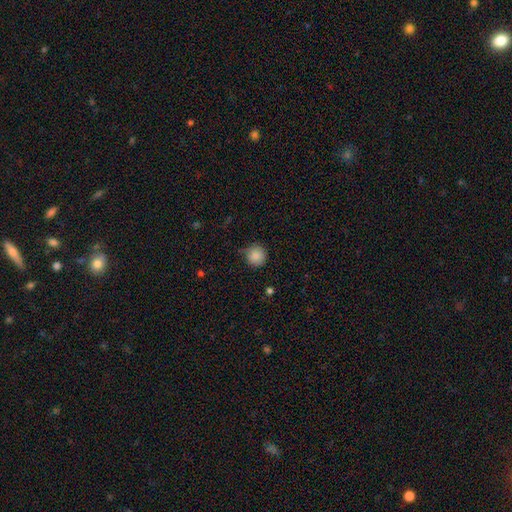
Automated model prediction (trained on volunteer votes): Smooth or featured? Predicted: smooth (p=0.87). How rounded? Predicted: round (p=0.93). Merging? Predicted: none (p=0.72).